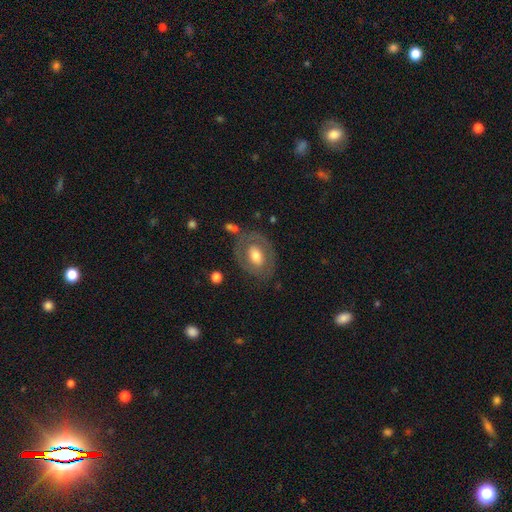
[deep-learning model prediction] Smooth or featured? Predicted: smooth (p=0.48). Merging? Predicted: none (p=0.71).